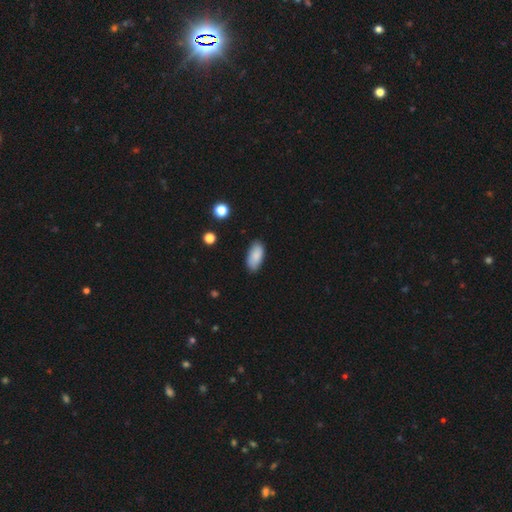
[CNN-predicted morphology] This appears to be a smooth galaxy with no disk features (87%) that is in between round and cigar-shaped (92%). Merging: none (83%).